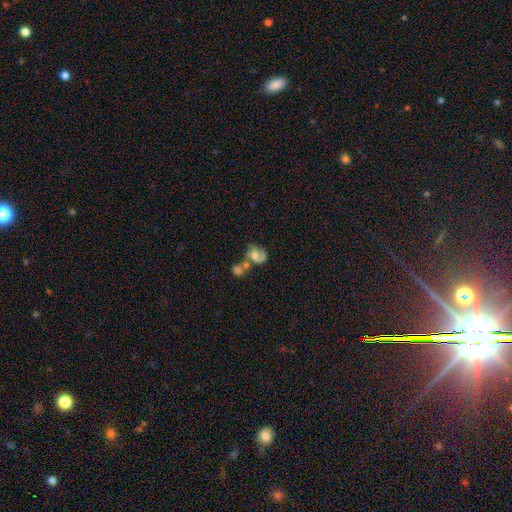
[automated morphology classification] Overall: featured or disk (50%; smooth 40%). Edge-on disk: no (97%). Merging: merger (50%; none 21%).